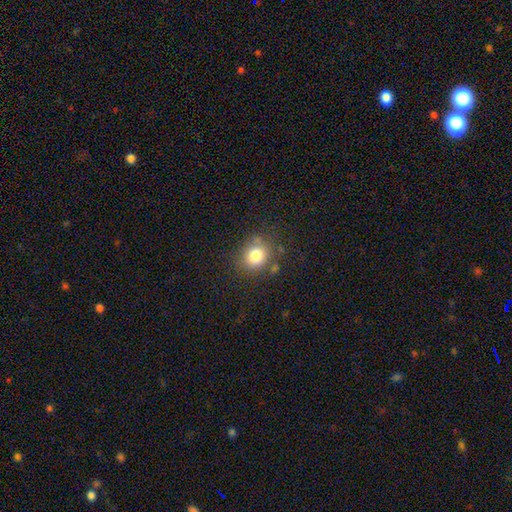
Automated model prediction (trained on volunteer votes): Smooth or featured? Predicted: smooth (p=0.80). How rounded? Predicted: round (p=0.72). Merging? Predicted: none (p=0.76).